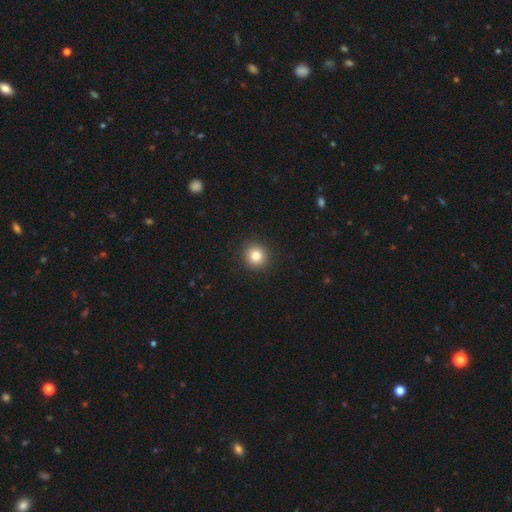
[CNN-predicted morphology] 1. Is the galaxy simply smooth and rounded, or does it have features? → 81% smooth, 11% star or artifact, 7% featured or disk.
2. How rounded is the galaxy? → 92% round, 7% in between, 1% cigar-shaped.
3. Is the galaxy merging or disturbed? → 93% none, 5% minor disturbance, 2% major disturbance, 1% merger.